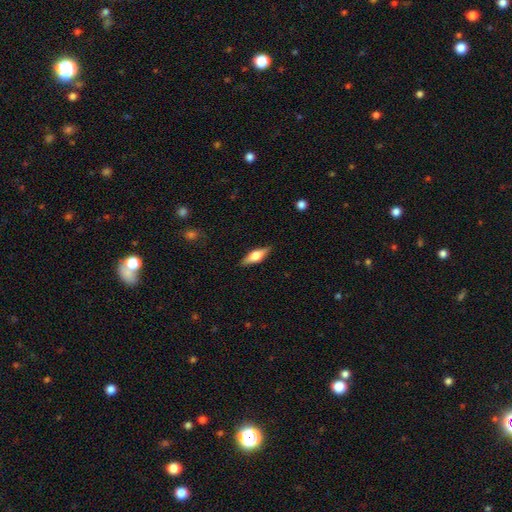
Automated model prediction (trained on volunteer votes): Q: Smooth or featured?
A: smooth (50%); runner-up: featured or disk (44%)
Q: How rounded?
A: in between (54%); runner-up: cigar-shaped (43%)
Q: Merging?
A: none (86%); runner-up: minor disturbance (10%)